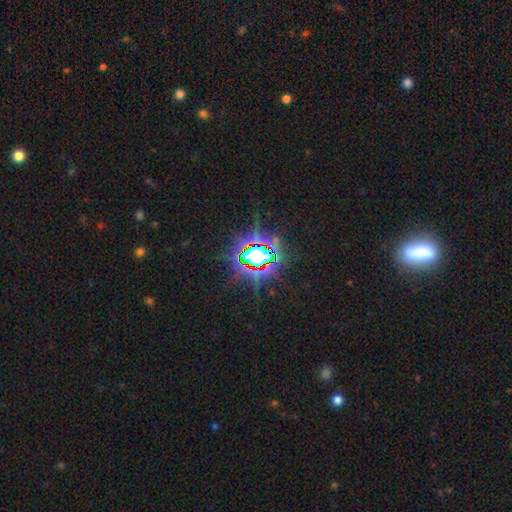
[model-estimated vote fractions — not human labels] smooth-or-featured: star or artifact: 79% | smooth: 11% | featured or disk: 10%